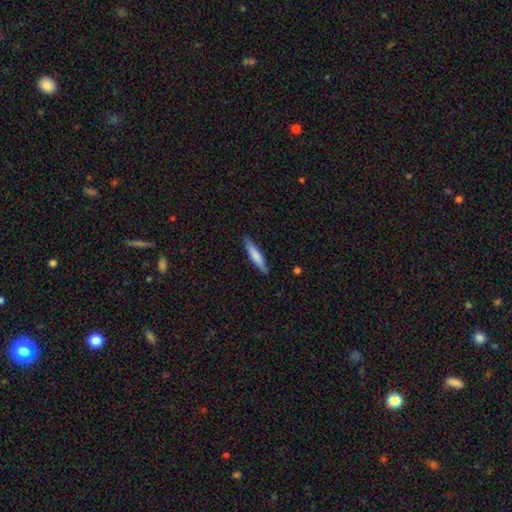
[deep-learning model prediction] smooth 70%, featured or disk 24%, star or artifact 5%. Down the decision tree: how rounded — cigar-shaped (88%); merging — none (87%).